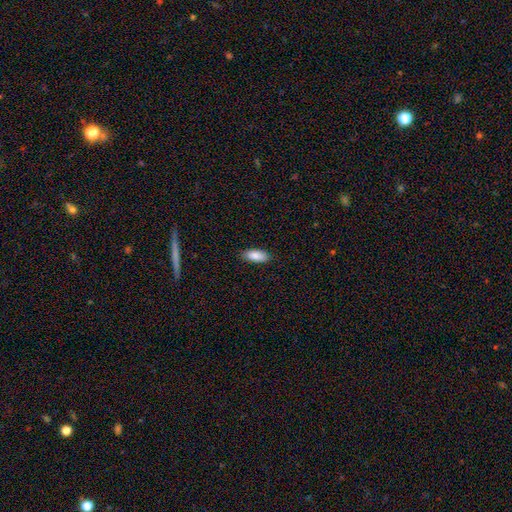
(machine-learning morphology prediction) Smooth or featured?
  - smooth: 87% *
  - featured or disk: 7%
  - star or artifact: 6%
How rounded?
  - in between: 85% *
  - cigar-shaped: 13%
  - round: 2%
Merging?
  - none: 86% *
  - minor disturbance: 10%
  - major disturbance: 2%
  - merger: 1%